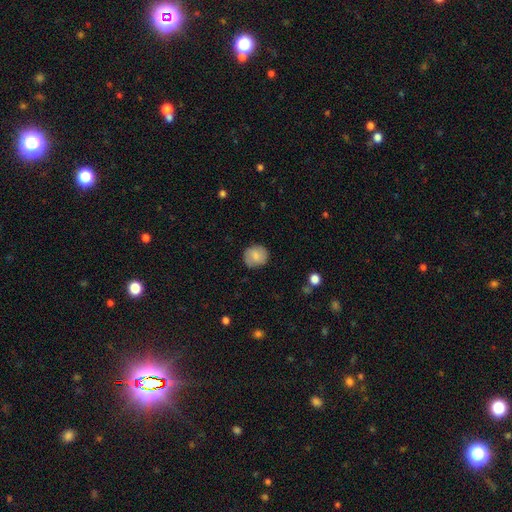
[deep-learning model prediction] This appears to be a smooth galaxy with no disk features (77%) that is round (87%). Merging: none (83%).